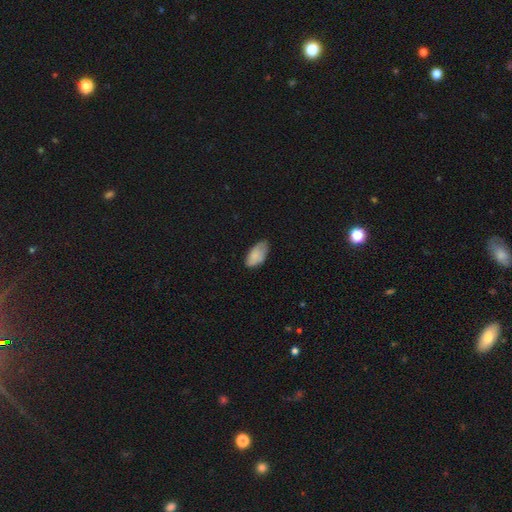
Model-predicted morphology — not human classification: This appears to be a smooth galaxy with no disk features (82%) that is in between round and cigar-shaped (93%). Merging: none (65%).